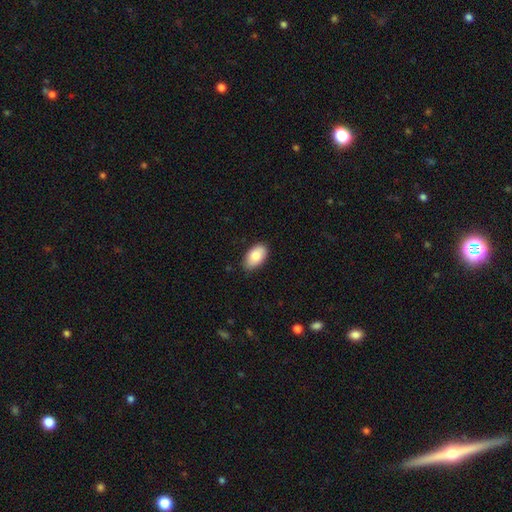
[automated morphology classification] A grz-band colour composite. It shows a smooth galaxy with no disk features (83%) that is in between round and cigar-shaped (94%). Merging: none (84%).